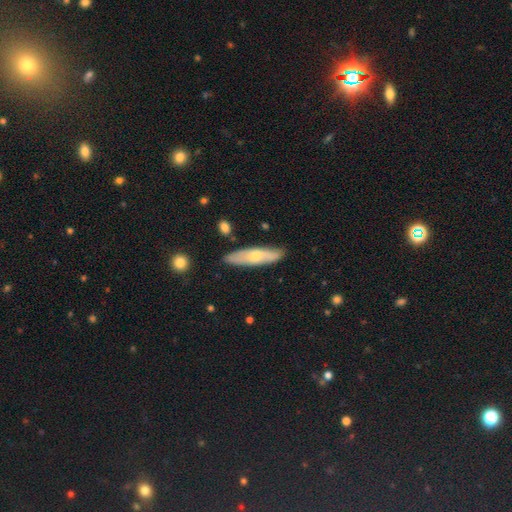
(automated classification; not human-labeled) Morphology: type=smooth (51%); roundness=cigar-shaped (69%); merging=none (85%).